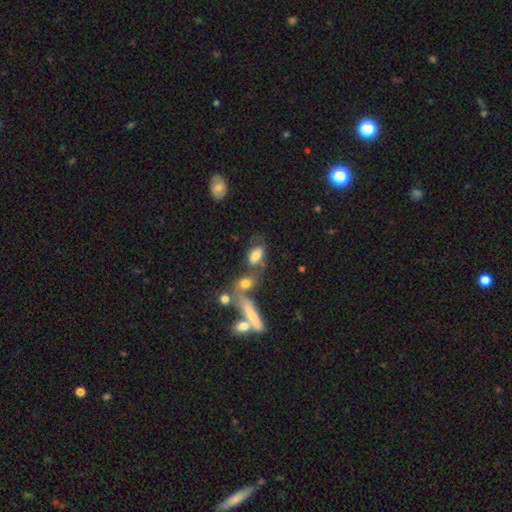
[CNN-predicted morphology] type=smooth (69%); roundness=in between (84%); merging=none (40%).